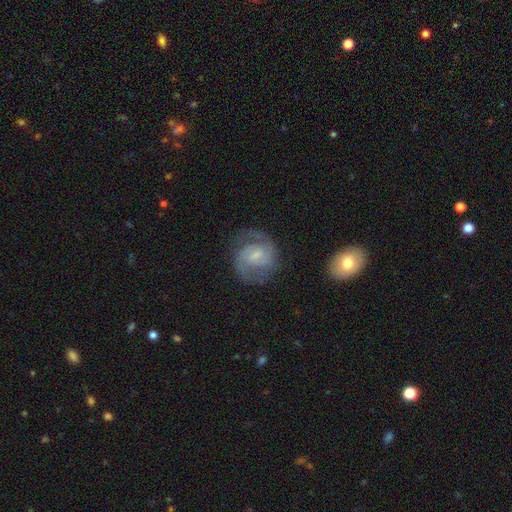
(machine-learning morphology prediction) A featured or disk galaxy (84%) with a weak bar (58%), 2 (85%) medium (50%) spiral arms (96%) and a small central bulge (56%).

Vote fractions:
- Smooth or featured? featured or disk: 84% / smooth: 11% / star or artifact: 6%
- Edge-on disk? no: 98% / yes: 2%
- Bar? weak: 58% / no: 28% / strong: 14%
- Spiral arms? yes: 96% / no: 4%
- Spiral winding? medium: 50% / tight: 38% / loose: 12%
- Spiral arm count? 2: 85% / can't tell: 6% / 3: 3% / 1: 2% / 4: 1% / more than 4: 1%
- Bulge size? small: 56% / moderate: 29% / none: 11% / large: 3% / dominant: 1%
- Merging? none: 74% / minor disturbance: 16% / major disturbance: 9% / merger: 2%